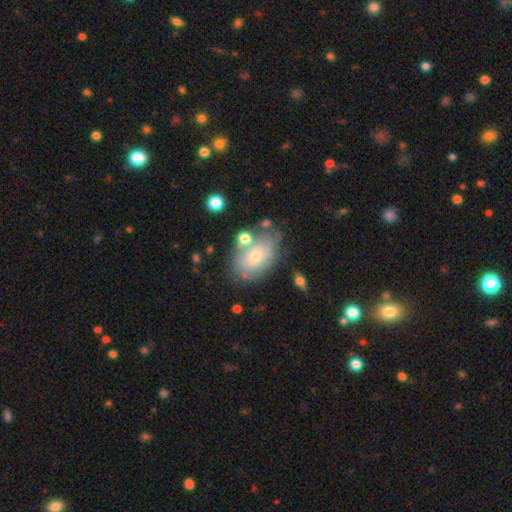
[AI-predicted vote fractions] Smooth or featured? smooth (52%)
How rounded? in between (81%)
Merging? none (57%)